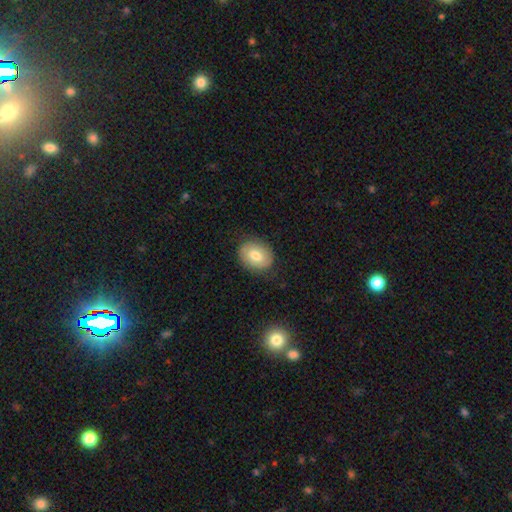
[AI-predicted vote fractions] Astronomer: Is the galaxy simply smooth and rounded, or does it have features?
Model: smooth — 70%.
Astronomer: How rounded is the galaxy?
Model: in between — 52% (runner-up: round, 47%).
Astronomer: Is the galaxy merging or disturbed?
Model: none — 83%.